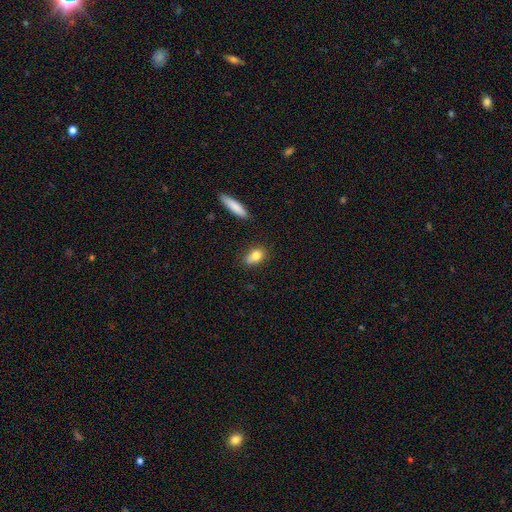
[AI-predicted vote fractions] smooth 79%, featured or disk 12%, star or artifact 9%. Down the decision tree: how rounded — in between (78%); merging — none (65%).